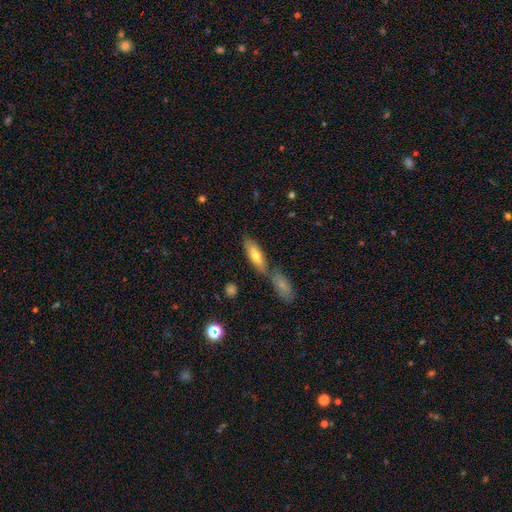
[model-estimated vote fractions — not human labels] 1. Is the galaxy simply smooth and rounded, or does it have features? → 65% smooth, 28% featured or disk, 7% star or artifact.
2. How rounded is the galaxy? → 55% in between, 42% cigar-shaped, 2% round.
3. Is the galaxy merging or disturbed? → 57% none, 25% merger, 13% minor disturbance, 4% major disturbance.